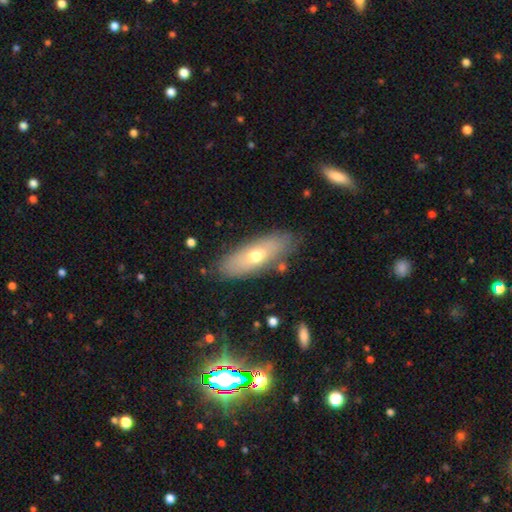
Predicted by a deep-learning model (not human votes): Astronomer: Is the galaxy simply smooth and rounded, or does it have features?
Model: smooth — 57% (runner-up: featured or disk, 36%).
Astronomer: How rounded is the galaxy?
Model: in between — 72%.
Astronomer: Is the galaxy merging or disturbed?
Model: none — 80%.